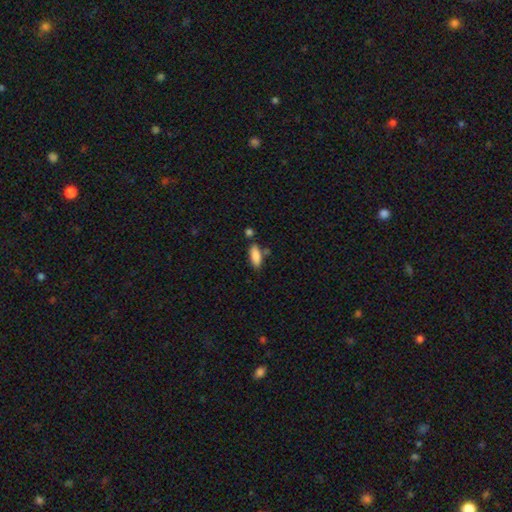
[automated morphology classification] type=smooth (86%); roundness=in between (77%); merging=none (71%).